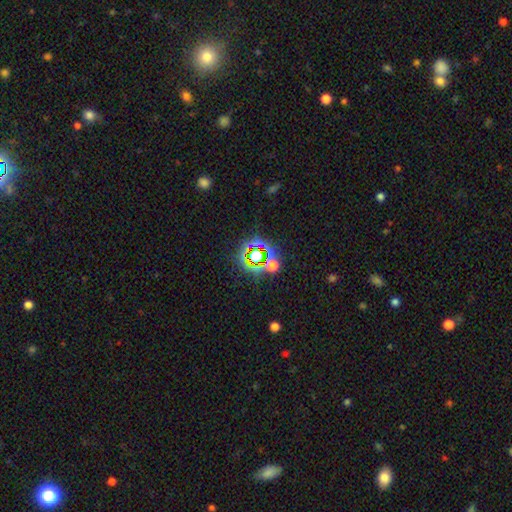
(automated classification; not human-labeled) smooth_or_featured: star or artifact (p=0.66) [alt: smooth p=0.22]